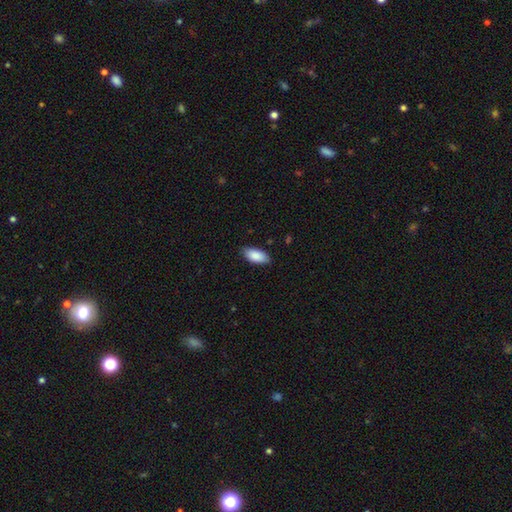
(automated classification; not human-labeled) The model was most divided on "merging": none: 84%, minor disturbance: 13%, major disturbance: 2%, merger: 1%. More confident: how rounded — in between (90%); smooth or featured — smooth (88%).